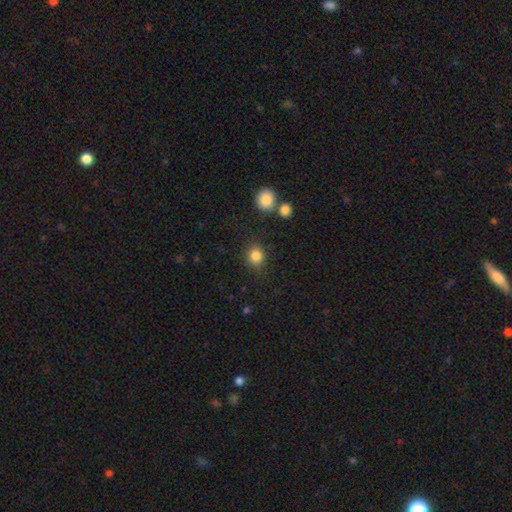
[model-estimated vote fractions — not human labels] smooth_or_featured: smooth (p=0.84) [alt: star or artifact p=0.11]
how_rounded: round (p=0.78) [alt: in between p=0.21]
merging: none (p=0.81) [alt: minor disturbance p=0.11]